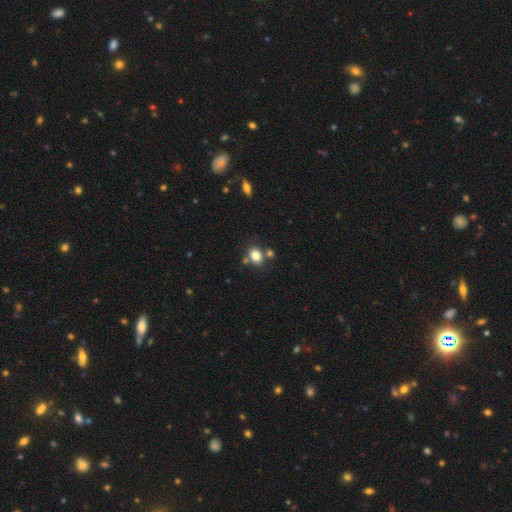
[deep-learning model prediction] Overall: smooth (81%). How rounded: in between (58%; round 41%). Merging: none (70%).